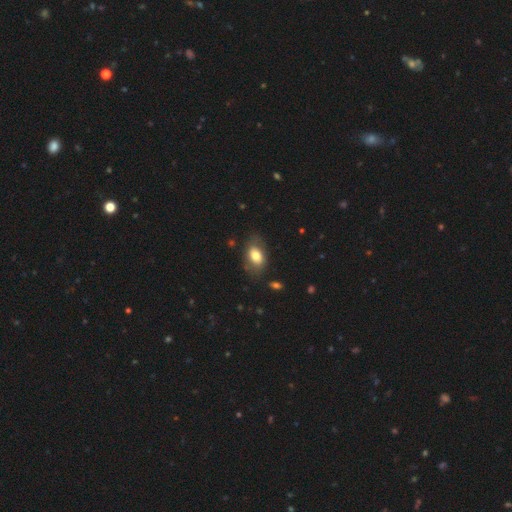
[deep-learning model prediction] smooth-or-featured: smooth: 72% | featured or disk: 20% | star or artifact: 7%
  how-rounded: in between: 86% | round: 12% | cigar-shaped: 2%
  merging: none: 73% | minor disturbance: 18% | major disturbance: 7% | merger: 2%